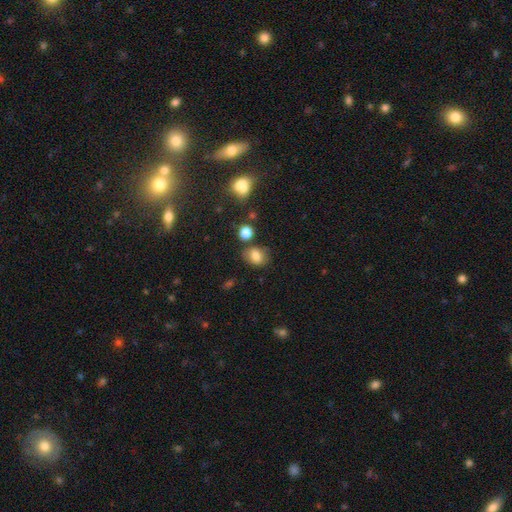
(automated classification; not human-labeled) smooth-or-featured: smooth: 79% | star or artifact: 12% | featured or disk: 9%
  how-rounded: in between: 63% | round: 36% | cigar-shaped: 1%
  merging: none: 70% | minor disturbance: 17% | merger: 8% | major disturbance: 5%